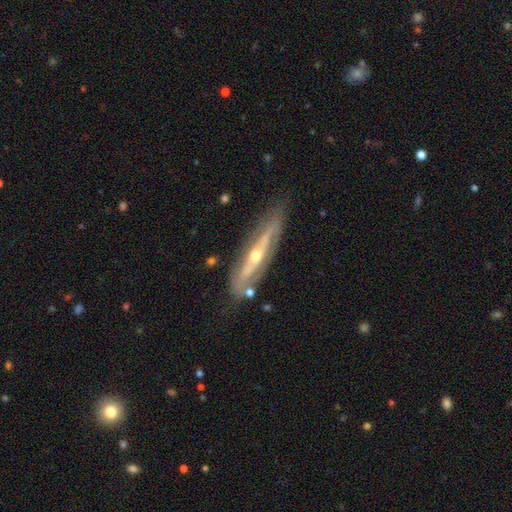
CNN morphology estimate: Smooth or featured? Predicted: featured or disk (p=0.79). Edge-on disk? Predicted: yes (p=0.74). Edge-on bulge? Predicted: rounded (p=0.85). Merging? Predicted: none (p=0.77).